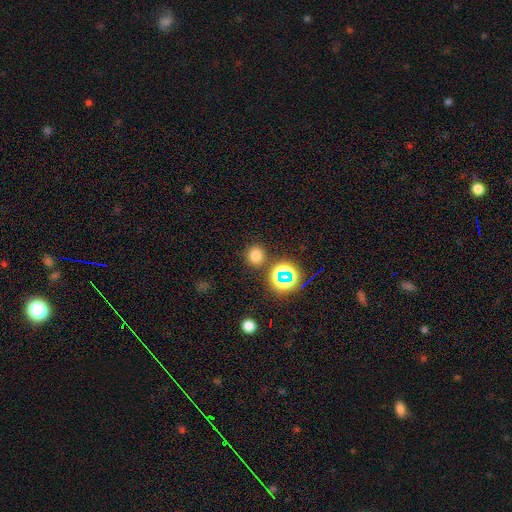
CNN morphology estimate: A smooth galaxy with no disk features (72%) that is round (88%).

Vote fractions:
- Smooth or featured? smooth: 72% / star or artifact: 22% / featured or disk: 6%
- How rounded? round: 88% / in between: 11% / cigar-shaped: 1%
- Merging? none: 85% / minor disturbance: 7% / merger: 5% / major disturbance: 3%